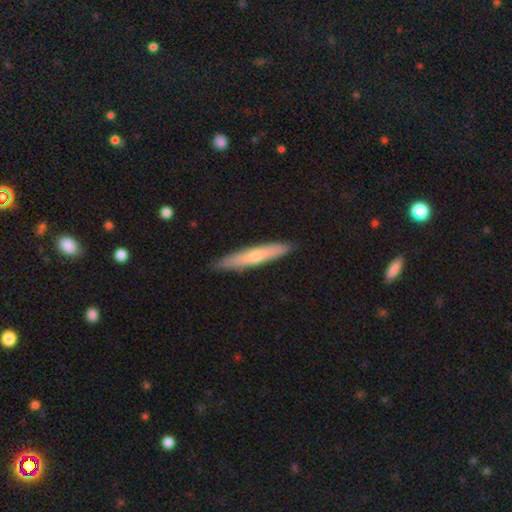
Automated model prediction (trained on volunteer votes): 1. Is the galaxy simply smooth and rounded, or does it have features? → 56% smooth, 39% featured or disk, 5% star or artifact.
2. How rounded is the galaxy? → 91% cigar-shaped, 7% in between, 1% round.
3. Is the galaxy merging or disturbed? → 89% none, 9% minor disturbance, 2% major disturbance, 1% merger.